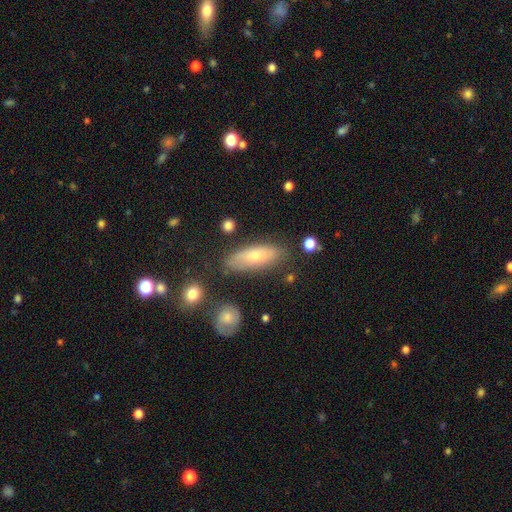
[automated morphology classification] smooth 62%, featured or disk 29%, star or artifact 9%. Down the decision tree: how rounded — in between (59%); merging — none (75%).